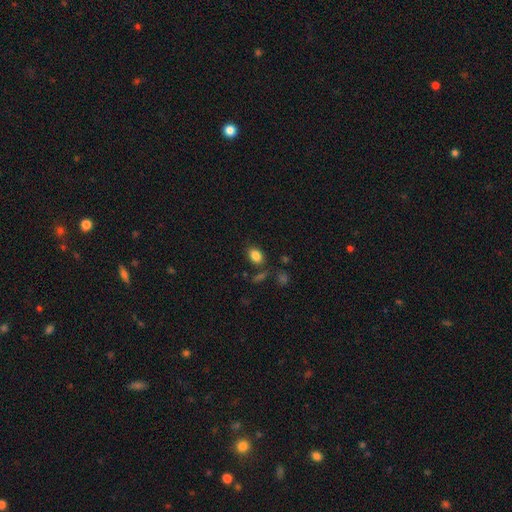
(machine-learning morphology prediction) Smooth or featured: smooth — 84% (star or artifact — 10%)
How rounded: in between — 79% (round — 20%)
Merging: none — 78% (minor disturbance — 12%)